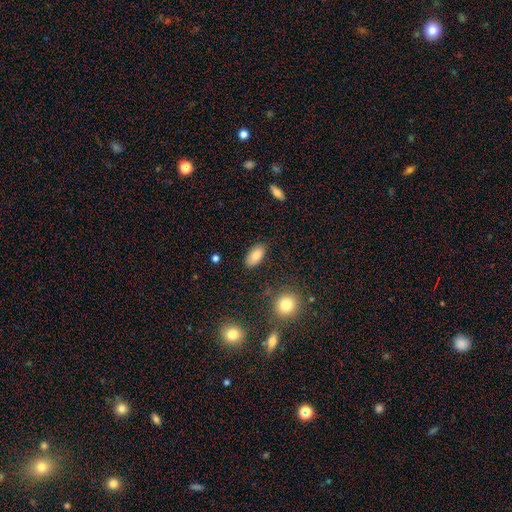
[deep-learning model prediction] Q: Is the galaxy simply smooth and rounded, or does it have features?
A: smooth — 84%.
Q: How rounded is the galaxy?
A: in between — 94%.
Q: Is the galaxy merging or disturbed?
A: none — 83%.